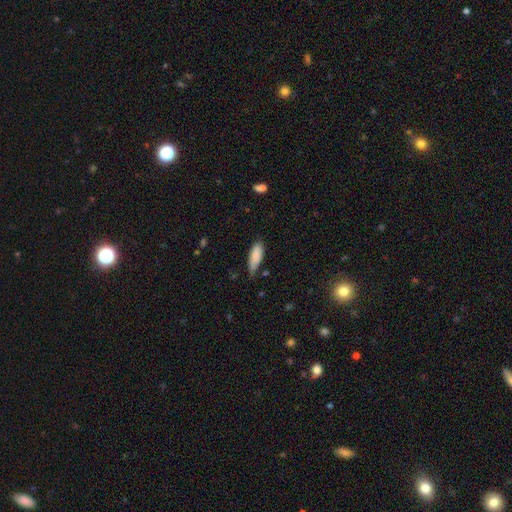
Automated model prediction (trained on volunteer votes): Smooth or featured? Predicted: smooth (p=0.87). How rounded? Predicted: in between (p=0.66). Merging? Predicted: none (p=0.60).